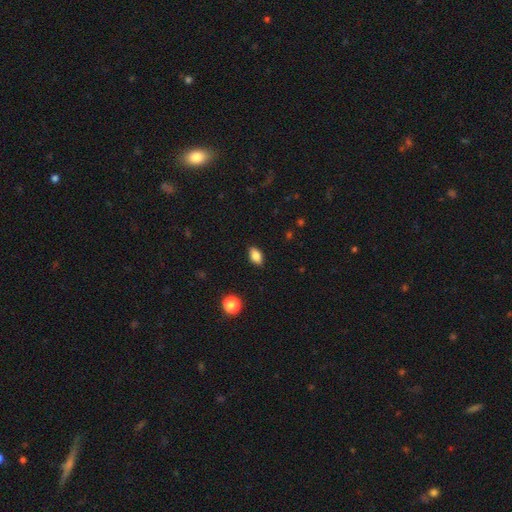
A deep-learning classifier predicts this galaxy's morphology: A smooth galaxy with no disk features (85%) that is in between round and cigar-shaped (88%).

Vote fractions:
- Smooth or featured? smooth: 85% / star or artifact: 9% / featured or disk: 6%
- How rounded? in between: 88% / round: 9% / cigar-shaped: 3%
- Merging? none: 88% / minor disturbance: 9% / major disturbance: 2% / merger: 1%